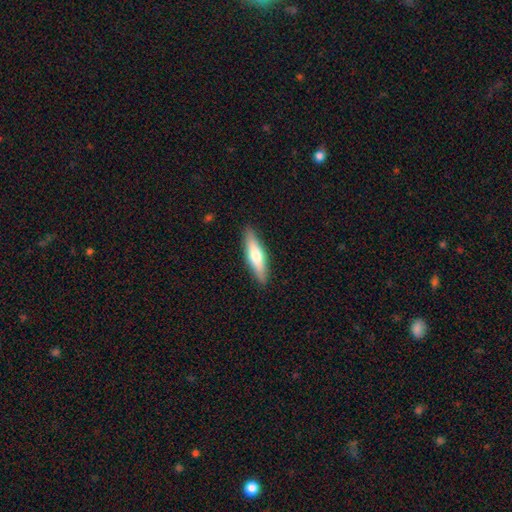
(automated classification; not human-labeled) smooth_or_featured: smooth (p=0.56) [alt: featured or disk p=0.38]
how_rounded: cigar-shaped (p=0.73) [alt: in between p=0.25]
merging: none (p=0.89) [alt: minor disturbance p=0.08]